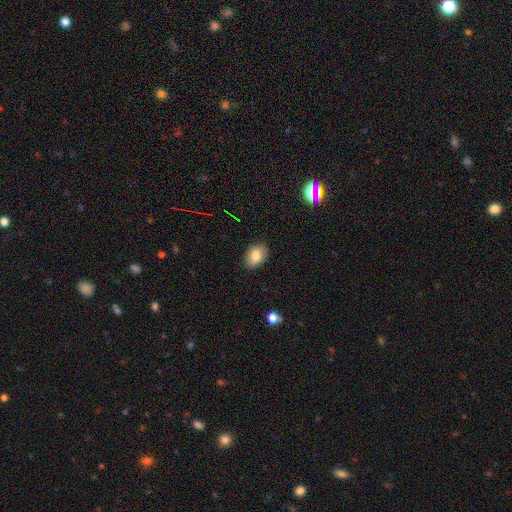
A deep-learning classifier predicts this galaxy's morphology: This appears to be a smooth galaxy with no disk features (82%) that is in between round and cigar-shaped (78%). Merging: none (86%).